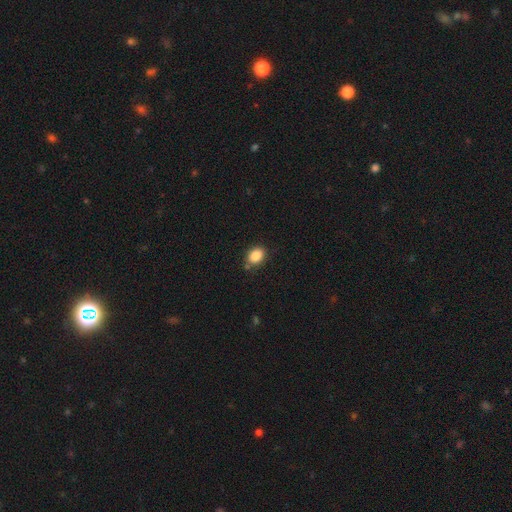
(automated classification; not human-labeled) Smooth or featured?
  - smooth: 87% *
  - star or artifact: 9%
  - featured or disk: 4%
How rounded?
  - in between: 68% *
  - round: 31%
  - cigar-shaped: 1%
Merging?
  - none: 77% *
  - minor disturbance: 15%
  - merger: 5%
  - major disturbance: 3%